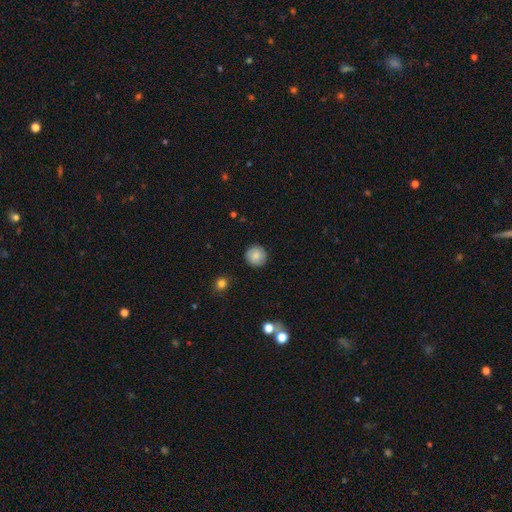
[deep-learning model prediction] smooth-or-featured: smooth: 81% | featured or disk: 11% | star or artifact: 8%
  how-rounded: round: 94% | in between: 5% | cigar-shaped: 1%
  merging: none: 89% | minor disturbance: 8% | major disturbance: 2% | merger: 1%